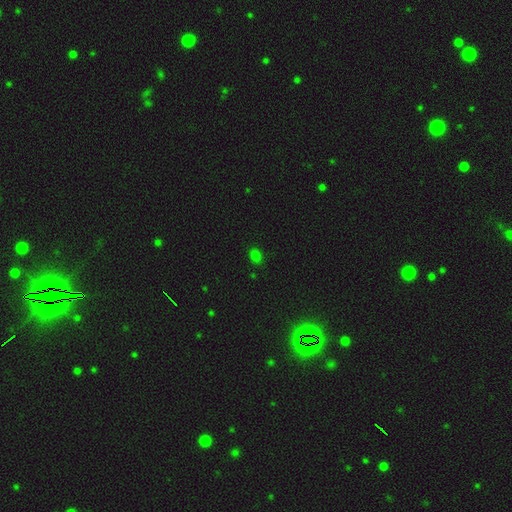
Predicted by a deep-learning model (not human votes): smooth_or_featured: smooth (p=0.74) [alt: star or artifact p=0.21]
how_rounded: in between (p=0.63) [alt: round p=0.35]
merging: none (p=0.86) [alt: minor disturbance p=0.10]